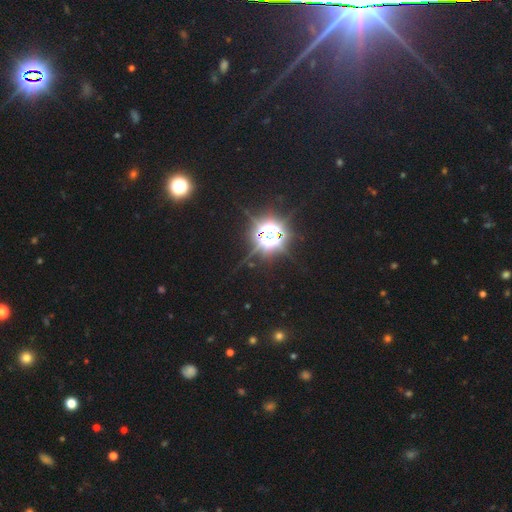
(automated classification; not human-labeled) The model was most divided on "smooth or featured": star or artifact: 82%, smooth: 12%, featured or disk: 6%.